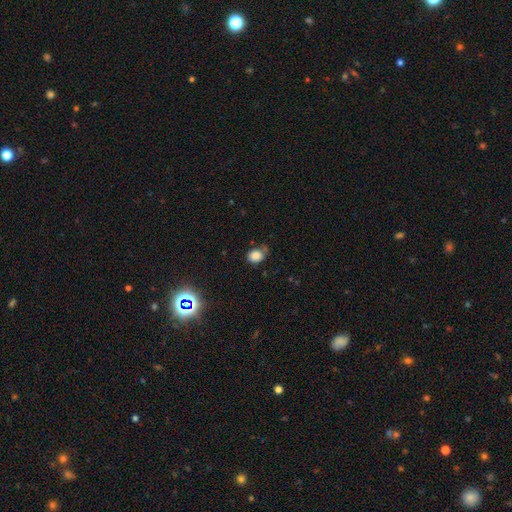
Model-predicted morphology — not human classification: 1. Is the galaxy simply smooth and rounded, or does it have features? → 81% smooth, 13% star or artifact, 6% featured or disk.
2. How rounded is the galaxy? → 54% round, 45% in between, 1% cigar-shaped.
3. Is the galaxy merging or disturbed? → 63% none, 26% minor disturbance, 6% major disturbance, 5% merger.